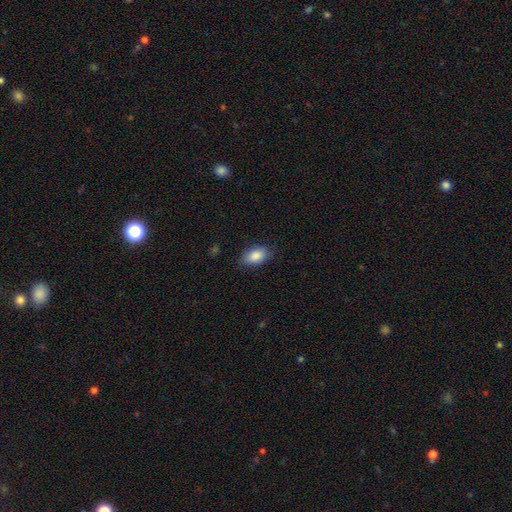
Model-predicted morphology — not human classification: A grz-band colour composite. It shows a smooth galaxy with no disk features (88%) that is in between round and cigar-shaped (92%). Merging: none (82%).